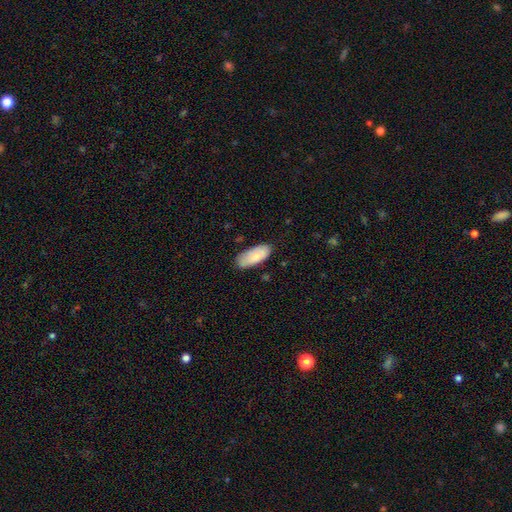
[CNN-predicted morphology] Smooth or featured? Predicted: smooth (p=0.79). How rounded? Predicted: in between (p=0.87). Merging? Predicted: none (p=0.75).